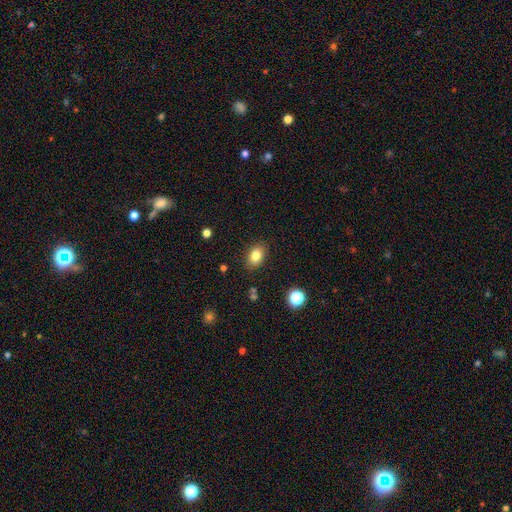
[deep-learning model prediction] Smooth or featured: smooth — 82% (star or artifact — 10%)
How rounded: in between — 78% (round — 20%)
Merging: none — 86% (minor disturbance — 10%)